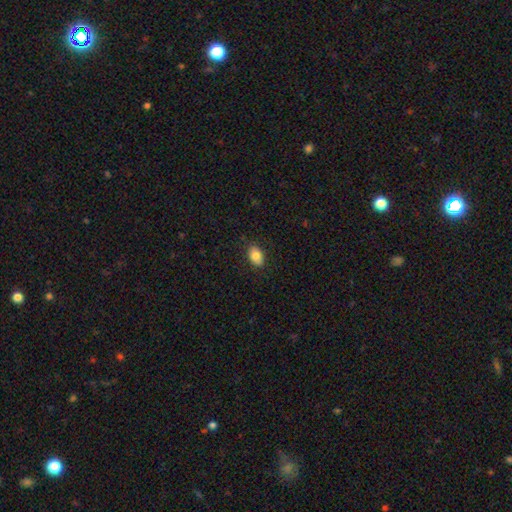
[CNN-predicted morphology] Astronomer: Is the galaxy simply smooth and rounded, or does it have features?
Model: smooth — 83%.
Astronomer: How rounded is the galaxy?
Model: in between — 87%.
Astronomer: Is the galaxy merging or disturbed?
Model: none — 86%.